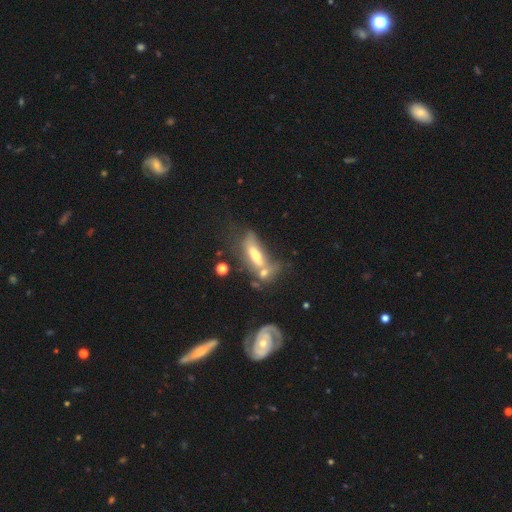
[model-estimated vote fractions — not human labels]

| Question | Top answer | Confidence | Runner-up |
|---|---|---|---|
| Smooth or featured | featured or disk | 53% | smooth (38%) |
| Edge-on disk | no | 74% | yes (26%) |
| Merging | merger | 39% | major disturbance (22%) |